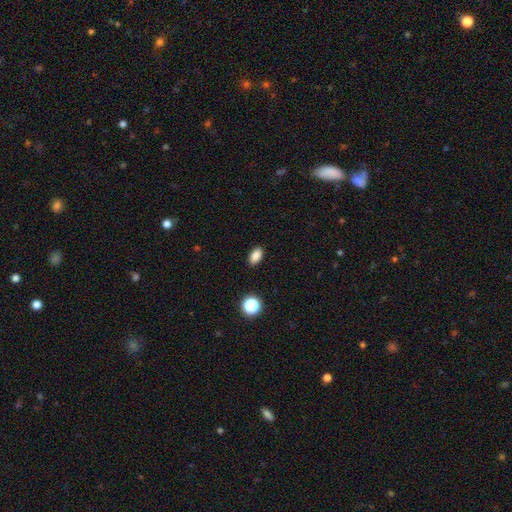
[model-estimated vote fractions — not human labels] smooth 85%, star or artifact 11%, featured or disk 4%. Down the decision tree: how rounded — in between (89%); merging — none (89%).